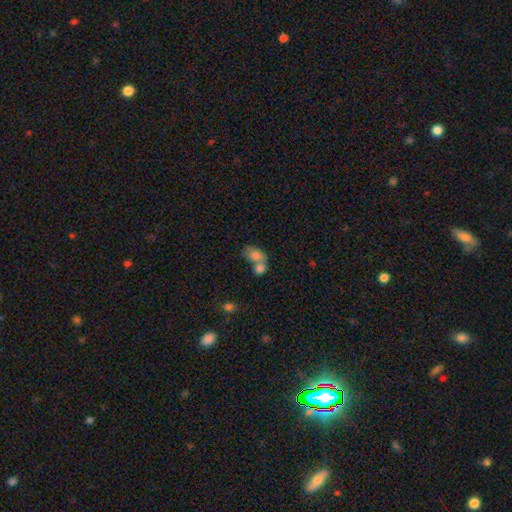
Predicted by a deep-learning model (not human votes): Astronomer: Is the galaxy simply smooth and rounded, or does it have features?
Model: smooth — 77%.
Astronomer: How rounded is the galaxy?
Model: in between — 80%.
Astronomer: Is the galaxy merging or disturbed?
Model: merger — 62%.